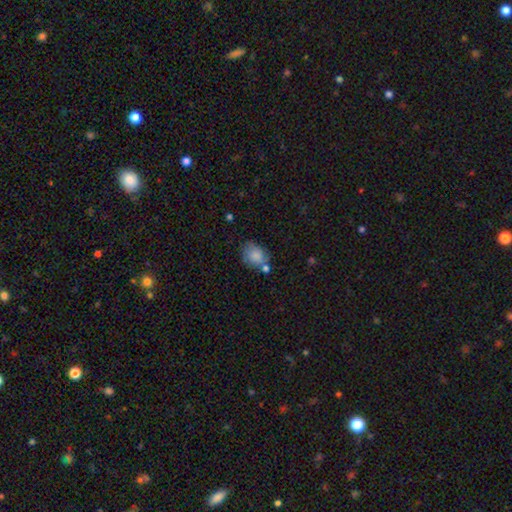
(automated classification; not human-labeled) This is clearly a smooth galaxy (82%). How rounded: likely in between (62%). Merging: possibly none (54%).